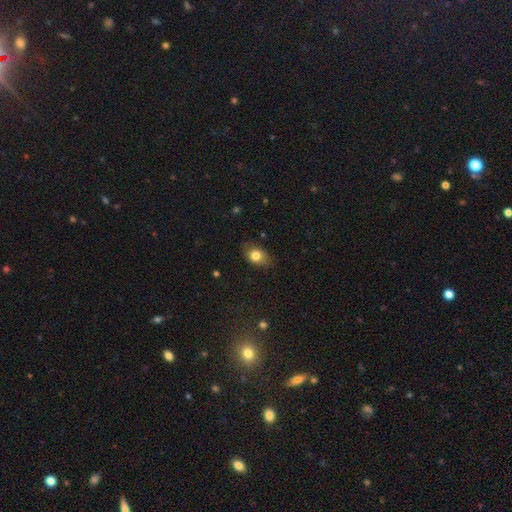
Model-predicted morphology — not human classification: Smooth or featured? Predicted: smooth (p=0.79). How rounded? Predicted: in between (p=0.71). Merging? Predicted: none (p=0.76).